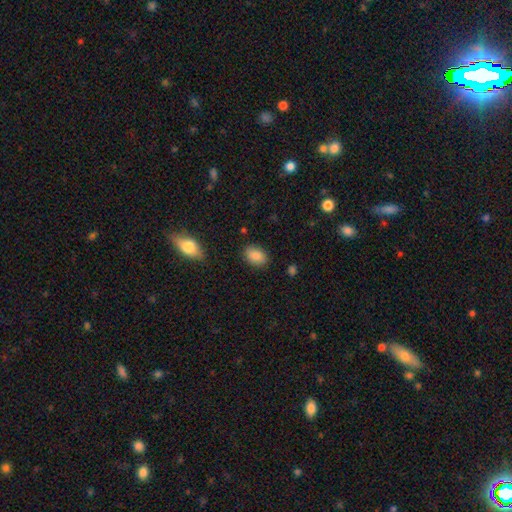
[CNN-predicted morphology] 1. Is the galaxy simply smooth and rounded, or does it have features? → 86% smooth, 8% star or artifact, 6% featured or disk.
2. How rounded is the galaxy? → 83% in between, 15% round, 1% cigar-shaped.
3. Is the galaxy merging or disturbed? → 85% none, 11% minor disturbance, 3% major disturbance, 2% merger.